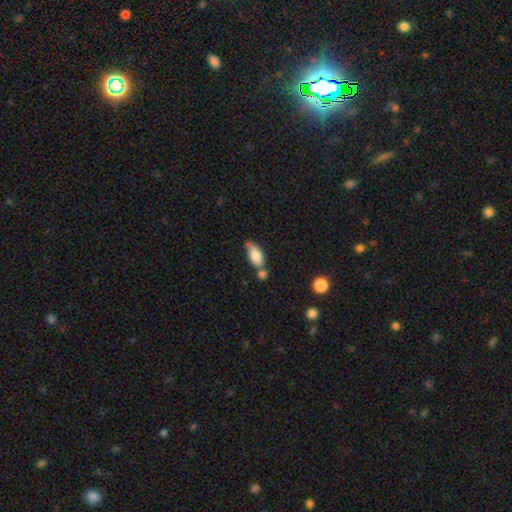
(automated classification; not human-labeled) A smooth galaxy with no disk features (79%) that is in between round and cigar-shaped (86%).

Vote fractions:
- Smooth or featured? smooth: 79% / featured or disk: 13% / star or artifact: 7%
- How rounded? in between: 86% / cigar-shaped: 11% / round: 4%
- Merging? none: 39% / merger: 34% / minor disturbance: 20% / major disturbance: 7%